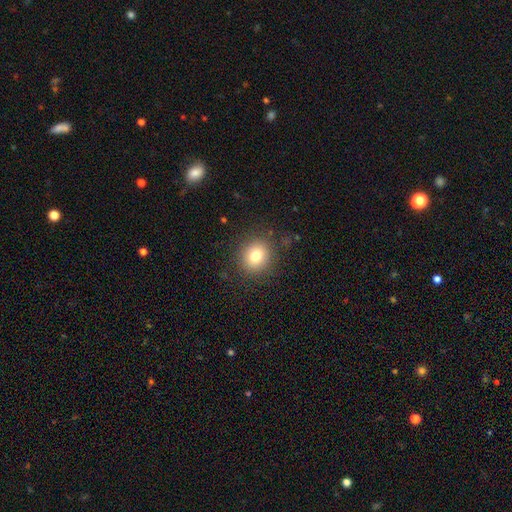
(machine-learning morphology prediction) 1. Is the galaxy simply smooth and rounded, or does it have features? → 79% smooth, 11% star or artifact, 10% featured or disk.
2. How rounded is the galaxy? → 80% round, 19% in between, 1% cigar-shaped.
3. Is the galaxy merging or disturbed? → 87% none, 8% minor disturbance, 3% major disturbance, 1% merger.